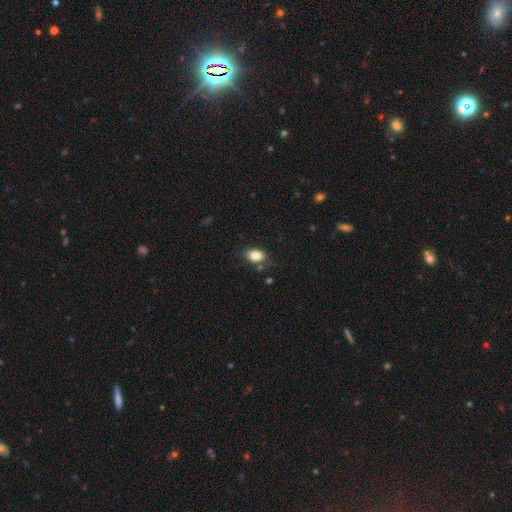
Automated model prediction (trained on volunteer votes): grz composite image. It shows a smooth galaxy with no disk features (82%) that is in between round and cigar-shaped (81%). Merging: none (75%).